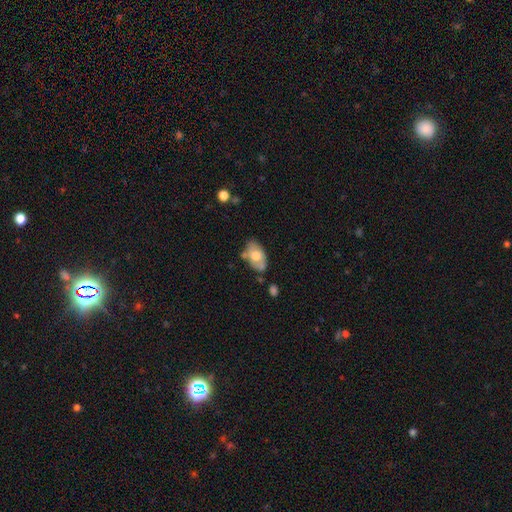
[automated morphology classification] smooth-or-featured: smooth: 60% | featured or disk: 33% | star or artifact: 7%
  how-rounded: in between: 92% | round: 7% | cigar-shaped: 2%
  merging: none: 59% | minor disturbance: 24% | merger: 10% | major disturbance: 6%